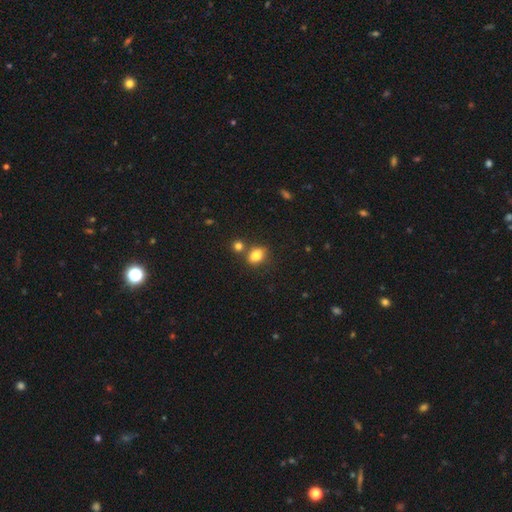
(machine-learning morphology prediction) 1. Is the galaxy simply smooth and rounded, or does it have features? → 83% smooth, 11% star or artifact, 6% featured or disk.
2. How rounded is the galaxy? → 67% in between, 31% round, 2% cigar-shaped.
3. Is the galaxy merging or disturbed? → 60% none, 20% merger, 15% minor disturbance, 5% major disturbance.